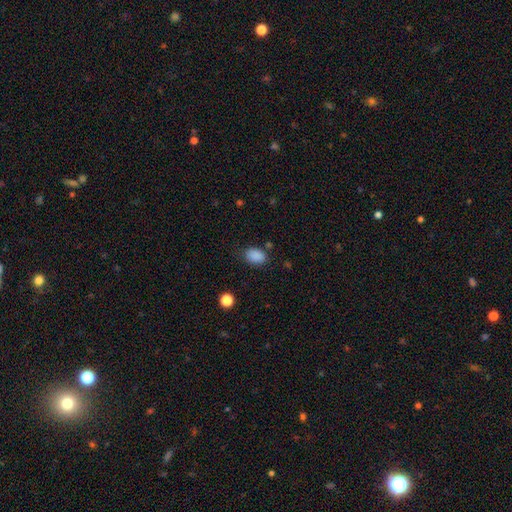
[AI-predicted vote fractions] Q: Smooth or featured?
A: smooth (87%); runner-up: star or artifact (10%)
Q: How rounded?
A: in between (81%); runner-up: round (17%)
Q: Merging?
A: none (77%); runner-up: minor disturbance (17%)